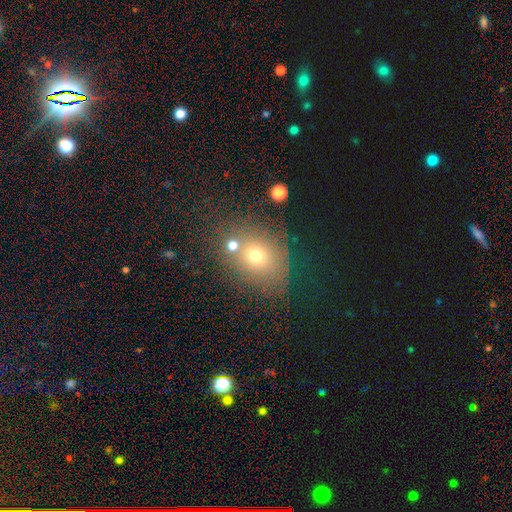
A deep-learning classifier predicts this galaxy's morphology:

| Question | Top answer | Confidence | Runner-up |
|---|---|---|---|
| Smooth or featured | smooth | 65% | star or artifact (19%) |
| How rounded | round | 51% | in between (47%) |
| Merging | none | 62% | merger (17%) |